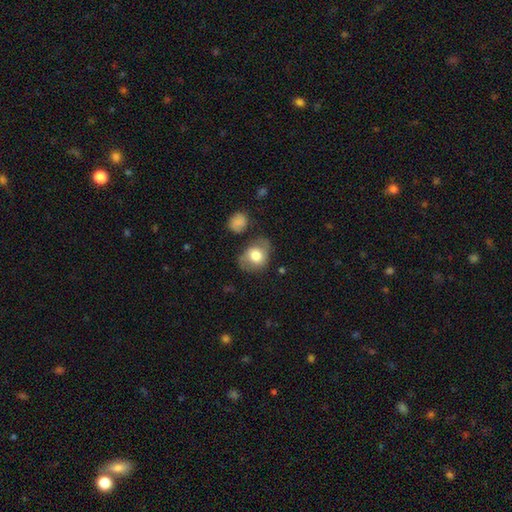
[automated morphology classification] smooth 71%, featured or disk 22%, star or artifact 7%. Down the decision tree: how rounded — in between (54%); merging — none (58%).